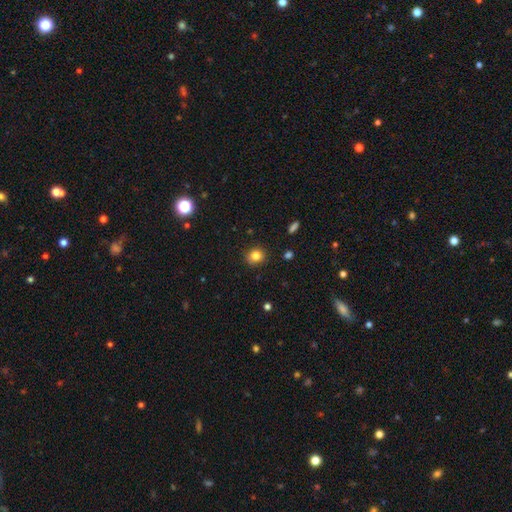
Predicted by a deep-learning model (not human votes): The model was most divided on "how rounded": round: 77%, in between: 22%, cigar-shaped: 1%. More confident: merging — none (87%); smooth or featured — smooth (82%).